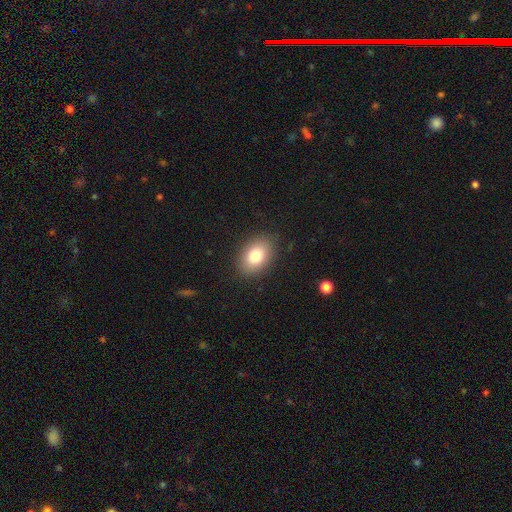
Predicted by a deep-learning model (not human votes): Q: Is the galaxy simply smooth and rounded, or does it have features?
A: smooth — 81%.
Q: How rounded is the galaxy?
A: in between — 81%.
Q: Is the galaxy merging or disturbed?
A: none — 87%.